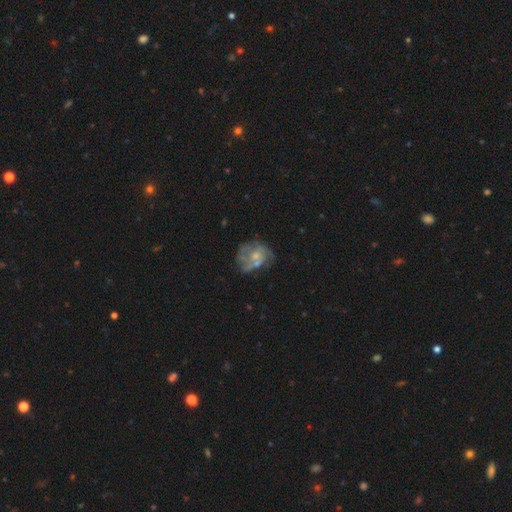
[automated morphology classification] Q: Smooth or featured?
A: featured or disk (63%); runner-up: smooth (22%)
Q: Edge-on disk?
A: no (98%); runner-up: yes (2%)
Q: Bar?
A: no (74%); runner-up: weak (22%)
Q: Spiral arms?
A: yes (65%); runner-up: no (35%)
Q: Bulge size?
A: small (49%); runner-up: moderate (39%)
Q: Merging?
A: none (58%); runner-up: minor disturbance (19%)